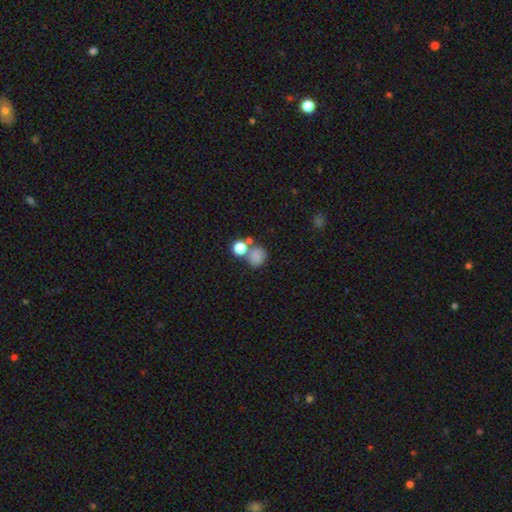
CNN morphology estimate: Smooth or featured? Predicted: smooth (p=0.79). How rounded? Predicted: round (p=0.80). Merging? Predicted: none (p=0.54).